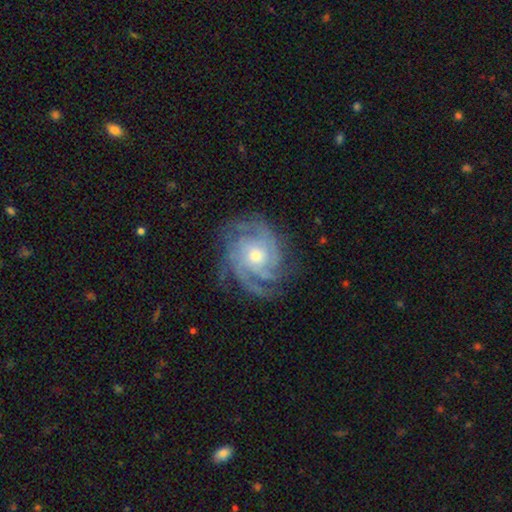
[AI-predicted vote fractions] Smooth or featured: featured or disk — 91% (star or artifact — 5%)
Edge-on disk: no — 98% (yes — 2%)
Bar: no — 75% (weak — 21%)
Spiral arms: yes — 98% (no — 2%)
Spiral winding: tight — 65% (medium — 30%)
Spiral arm count: 4 — 30% (3 — 26%)
Bulge size: moderate — 50% (small — 45%)
Merging: none — 76% (minor disturbance — 16%)